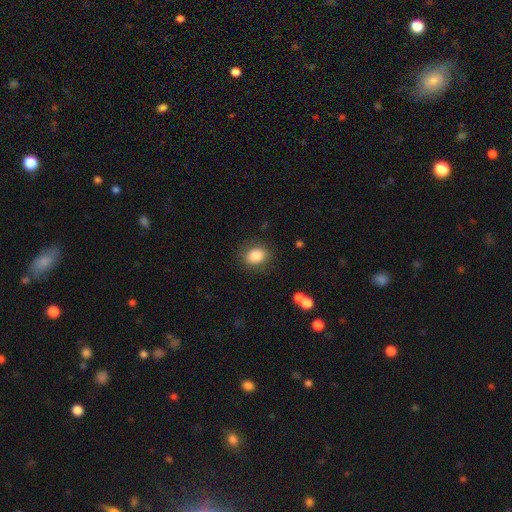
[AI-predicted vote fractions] This appears to be a smooth galaxy with no disk features (85%) that is in between round and cigar-shaped (50%). Merging: none (83%).